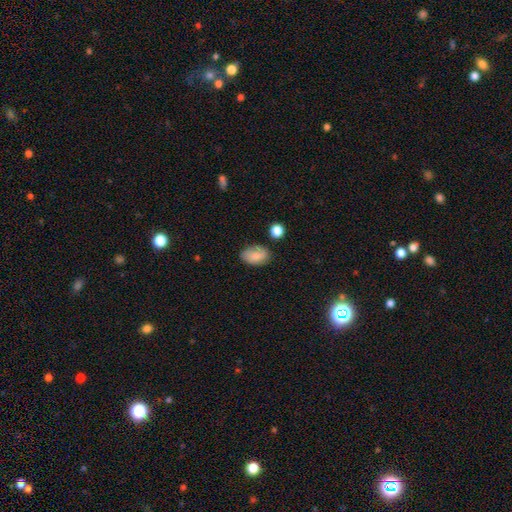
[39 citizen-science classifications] A smooth galaxy with no disk features (82%) that is in between round and cigar-shaped (100%). Merging: none (86%).